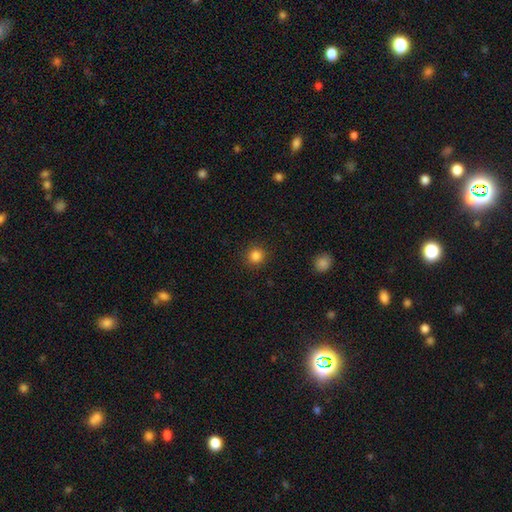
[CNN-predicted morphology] A smooth galaxy with no disk features (85%) that is round (92%). Merging: none (90%).